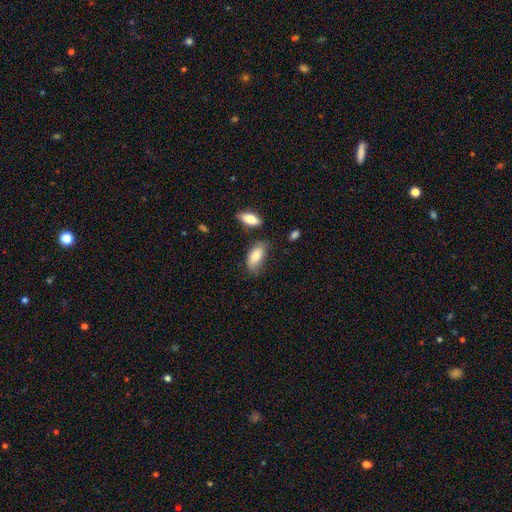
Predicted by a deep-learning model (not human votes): Smooth or featured: smooth — 80% (featured or disk — 13%)
How rounded: in between — 90% (cigar-shaped — 8%)
Merging: none — 50% (minor disturbance — 33%)